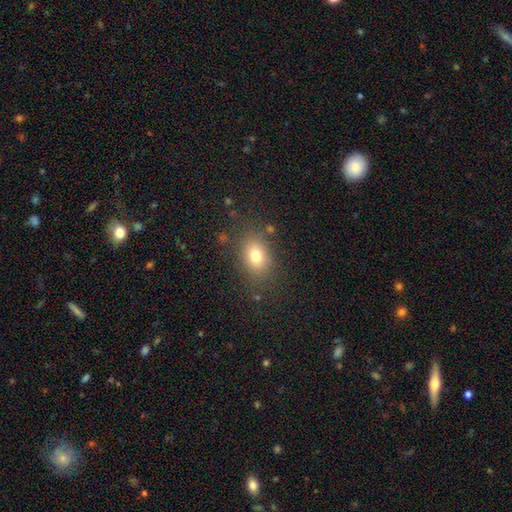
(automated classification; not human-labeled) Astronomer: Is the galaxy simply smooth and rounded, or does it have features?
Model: smooth — 76%.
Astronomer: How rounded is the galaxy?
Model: in between — 67%.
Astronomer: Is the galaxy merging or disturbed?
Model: none — 81%.